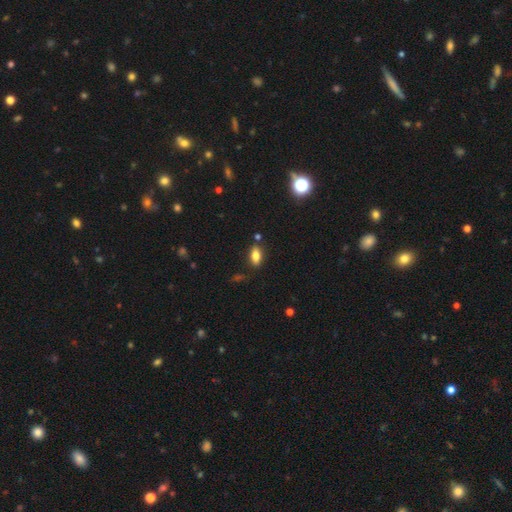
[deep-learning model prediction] smooth-or-featured: smooth: 81% | featured or disk: 11% | star or artifact: 9%
  how-rounded: in between: 86% | cigar-shaped: 10% | round: 4%
  merging: none: 81% | minor disturbance: 12% | merger: 4% | major disturbance: 3%